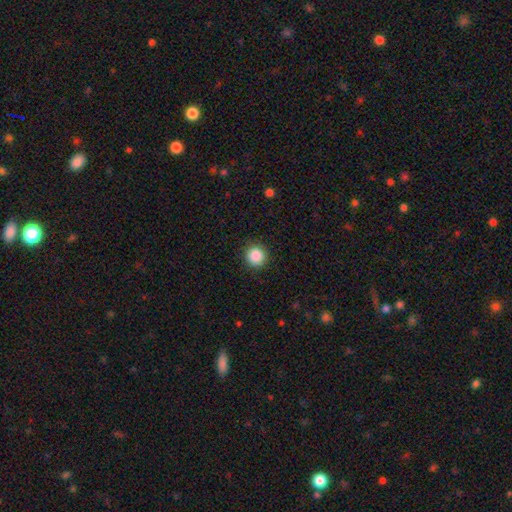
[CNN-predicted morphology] This is clearly a smooth galaxy (87%). How rounded: clearly round (93%). Merging: clearly none (91%).